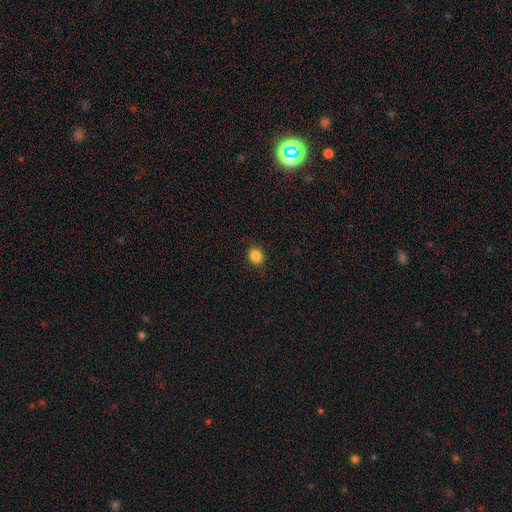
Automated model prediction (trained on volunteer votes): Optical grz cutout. It shows a smooth galaxy with no disk features (87%) that is round (55%). Merging: none (89%).